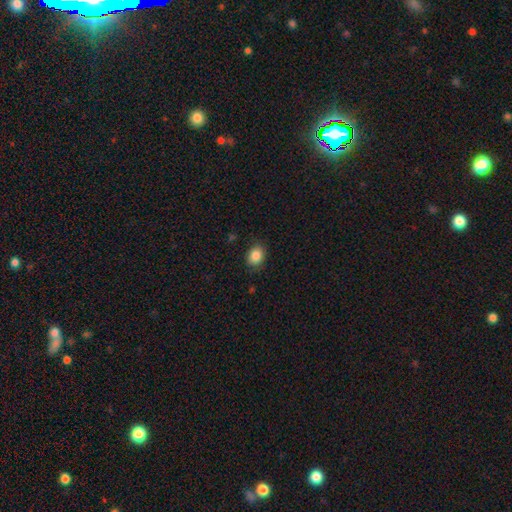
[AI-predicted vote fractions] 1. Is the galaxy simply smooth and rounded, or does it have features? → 87% smooth, 9% star or artifact, 4% featured or disk.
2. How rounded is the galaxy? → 55% in between, 44% round, 1% cigar-shaped.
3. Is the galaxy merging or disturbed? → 85% none, 11% minor disturbance, 3% major disturbance, 1% merger.